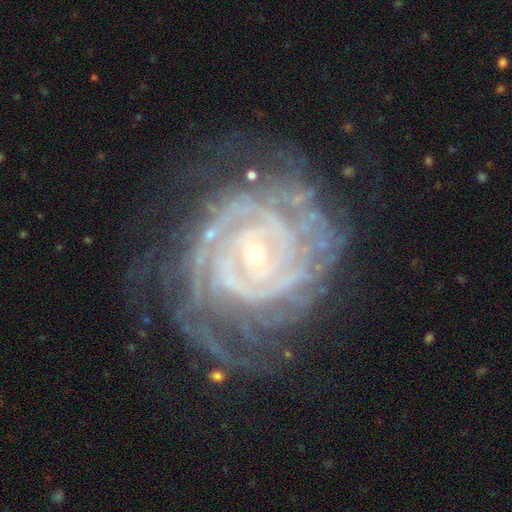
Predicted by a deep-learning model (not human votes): Smooth or featured? Predicted: featured or disk (p=0.90). Edge-on disk? Predicted: no (p=0.97). Bar? Predicted: no (p=0.62). Spiral arms? Predicted: yes (p=0.98). Spiral winding? Predicted: tight (p=0.82). Spiral arm count? Predicted: can't tell (p=0.27). Bulge size? Predicted: small (p=0.78). Merging? Predicted: none (p=0.68).